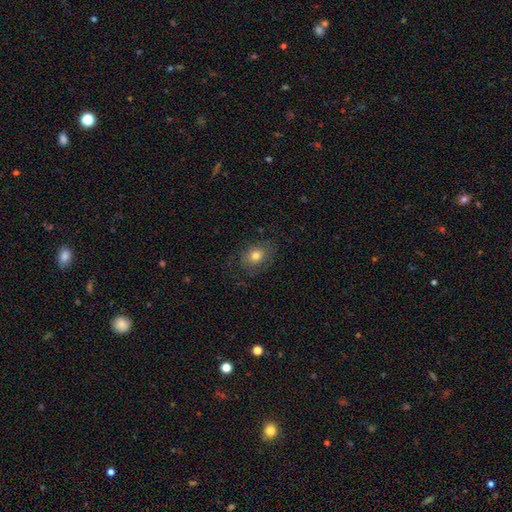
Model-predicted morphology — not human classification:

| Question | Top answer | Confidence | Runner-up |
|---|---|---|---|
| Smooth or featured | smooth | 73% | featured or disk (18%) |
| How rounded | in between | 54% | round (45%) |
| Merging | none | 72% | minor disturbance (18%) |